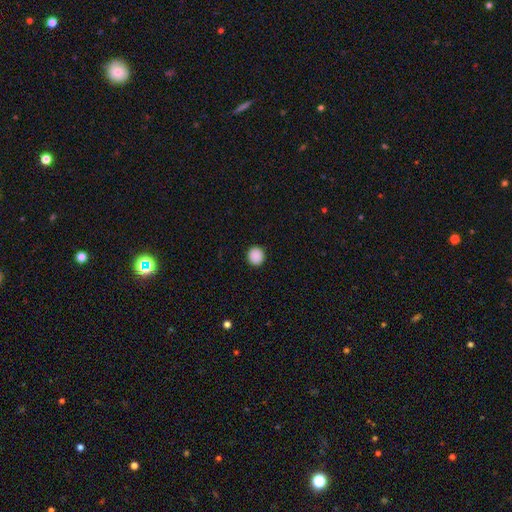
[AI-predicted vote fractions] Q: Smooth or featured?
A: smooth (90%); runner-up: star or artifact (8%)
Q: How rounded?
A: round (88%); runner-up: in between (11%)
Q: Merging?
A: none (93%); runner-up: minor disturbance (5%)